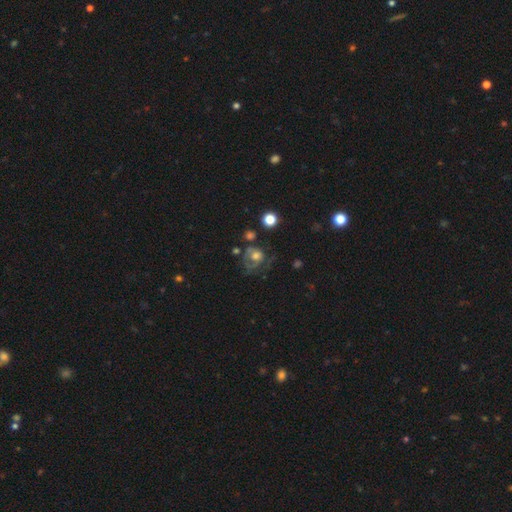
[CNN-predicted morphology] smooth_or_featured: smooth (p=0.47) [alt: featured or disk p=0.40]
merging: major disturbance (p=0.35) [tied with: none p=0.35]